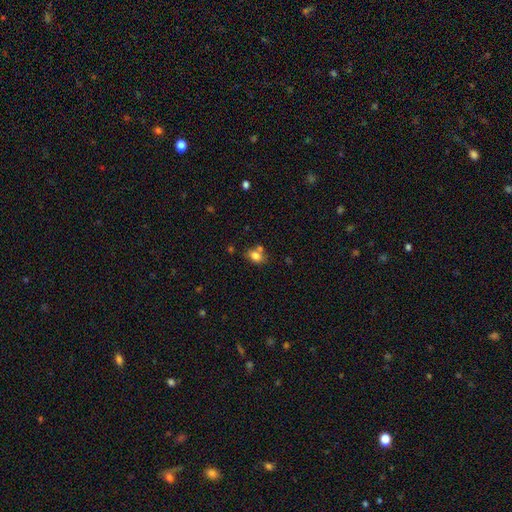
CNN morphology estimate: smooth 79%, star or artifact 12%, featured or disk 9%. Down the decision tree: how rounded — in between (66%); merging — none (55%).